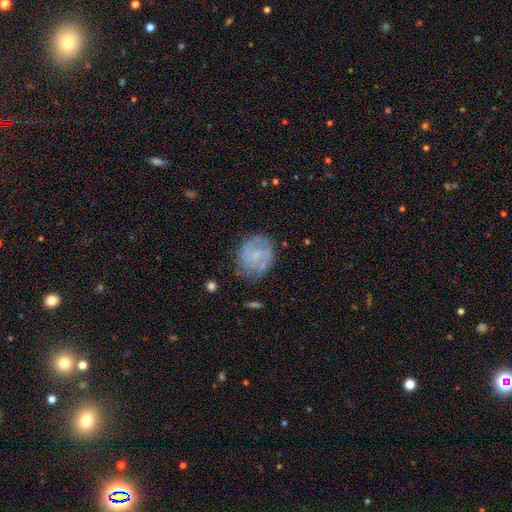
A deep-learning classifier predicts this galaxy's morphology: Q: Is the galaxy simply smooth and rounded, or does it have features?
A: featured or disk — 51%.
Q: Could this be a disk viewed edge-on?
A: no — 97%.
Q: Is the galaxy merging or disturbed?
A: none — 67%.